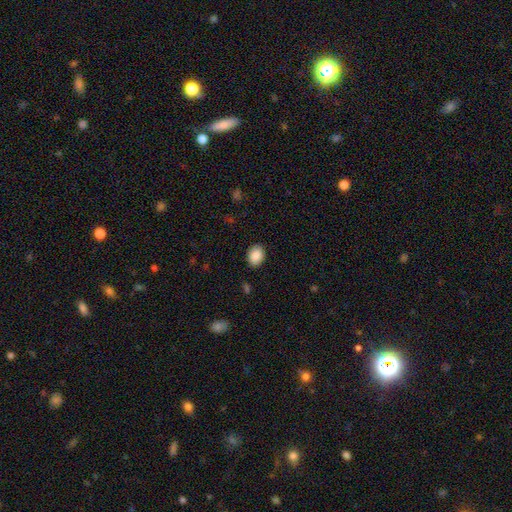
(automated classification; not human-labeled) Overall: smooth (88%). How rounded: in between (68%; round 31%). Merging: none (88%).